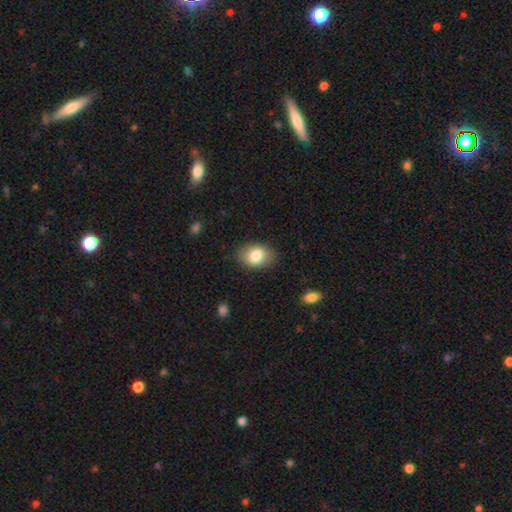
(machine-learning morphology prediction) A smooth galaxy with no disk features (83%) that is in between round and cigar-shaped (75%). Merging: none (83%).